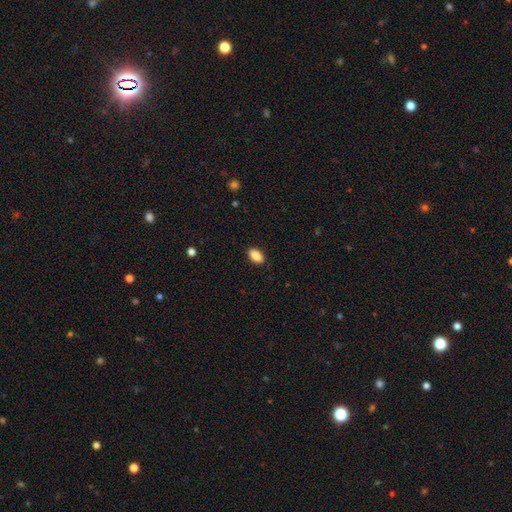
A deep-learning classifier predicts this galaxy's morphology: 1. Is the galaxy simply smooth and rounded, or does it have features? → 89% smooth, 8% star or artifact, 4% featured or disk.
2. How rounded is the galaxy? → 92% in between, 5% round, 3% cigar-shaped.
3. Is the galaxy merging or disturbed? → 89% none, 8% minor disturbance, 2% major disturbance, 1% merger.